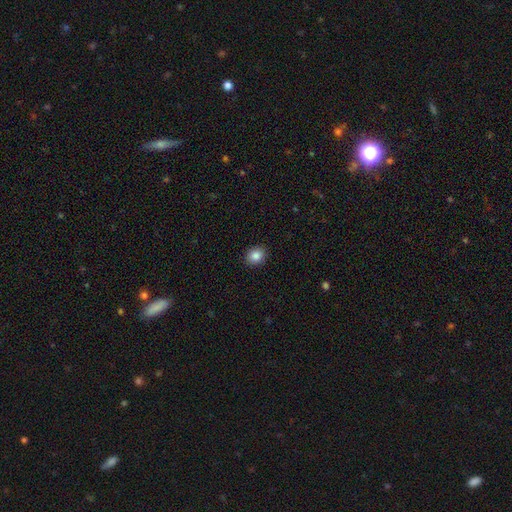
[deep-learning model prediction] smooth 85%, star or artifact 9%, featured or disk 5%. Down the decision tree: how rounded — round (60%); merging — none (91%).